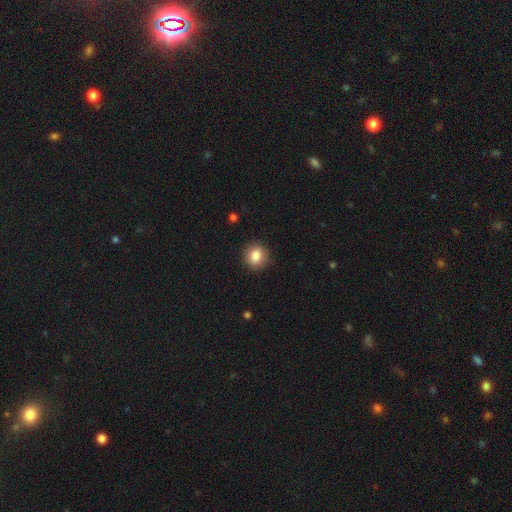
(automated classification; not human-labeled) smooth 84%, star or artifact 10%, featured or disk 6%. Down the decision tree: how rounded — round (86%); merging — none (90%).